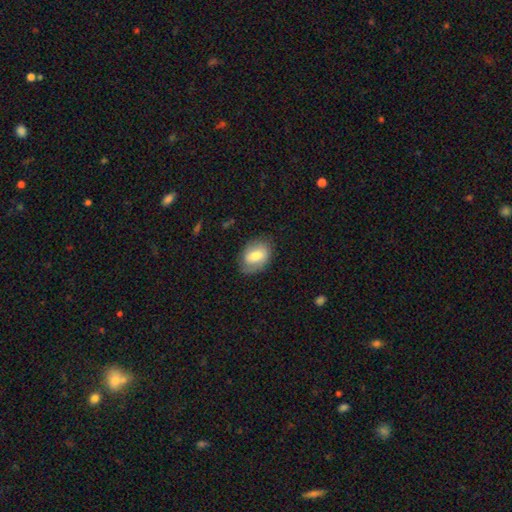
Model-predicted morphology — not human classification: This appears to be a smooth galaxy with no disk features (68%) that is in between round and cigar-shaped (80%). Merging: none (77%).